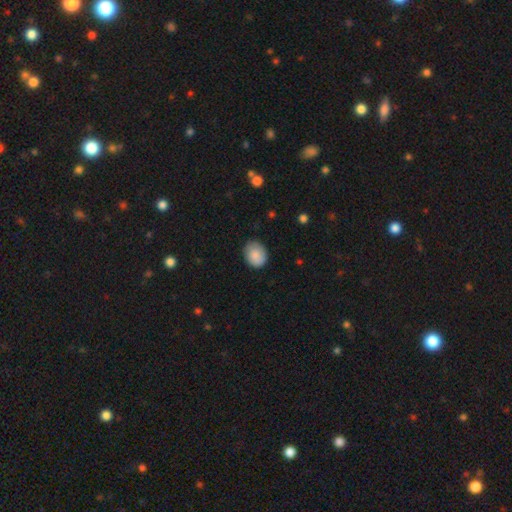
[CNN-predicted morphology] Smooth or featured? smooth (85%)
How rounded? round (52%)
Merging? none (80%)